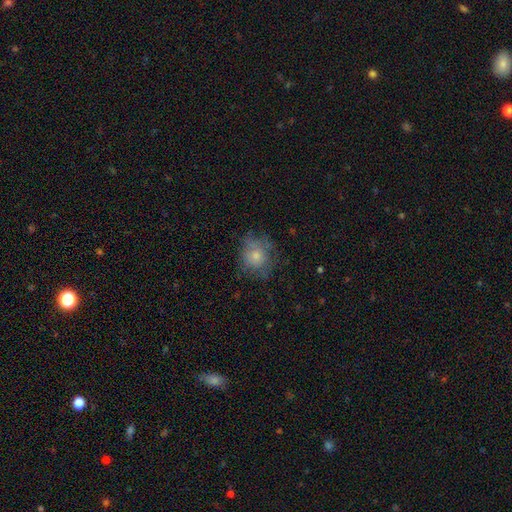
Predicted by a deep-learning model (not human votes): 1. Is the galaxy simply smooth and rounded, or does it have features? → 71% smooth, 18% featured or disk, 10% star or artifact.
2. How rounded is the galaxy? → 74% round, 25% in between, 1% cigar-shaped.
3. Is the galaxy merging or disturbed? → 65% none, 23% minor disturbance, 11% major disturbance, 1% merger.